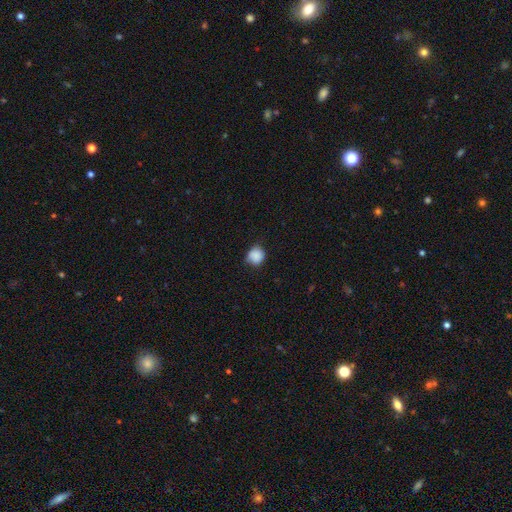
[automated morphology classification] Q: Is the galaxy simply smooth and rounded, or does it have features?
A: smooth — 87%.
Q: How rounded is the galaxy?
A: round — 88%.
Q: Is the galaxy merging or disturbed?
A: none — 72%.